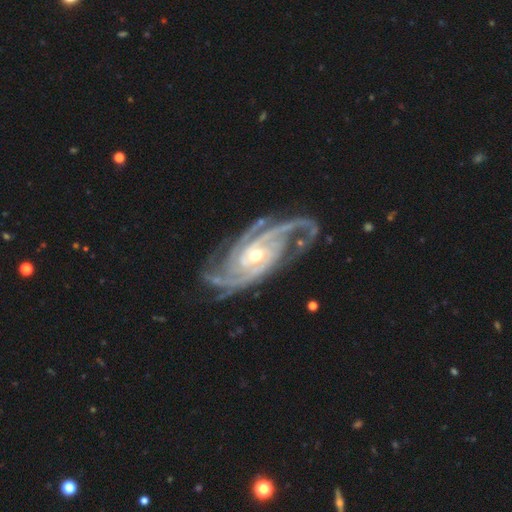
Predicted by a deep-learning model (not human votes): featured or disk 94%, star or artifact 4%, smooth 2%. Down the decision tree: edge-on disk — no (96%); bar — no (58%); spiral arms — yes (99%); spiral arm count — 2 (32%, tied with 3); spiral winding — tight (58%); bulge size — moderate (59%); merging — none (71%).